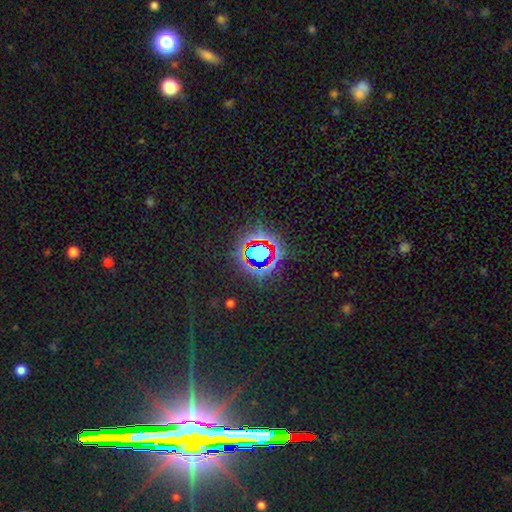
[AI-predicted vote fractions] Smooth or featured? Predicted: star or artifact (p=0.72).